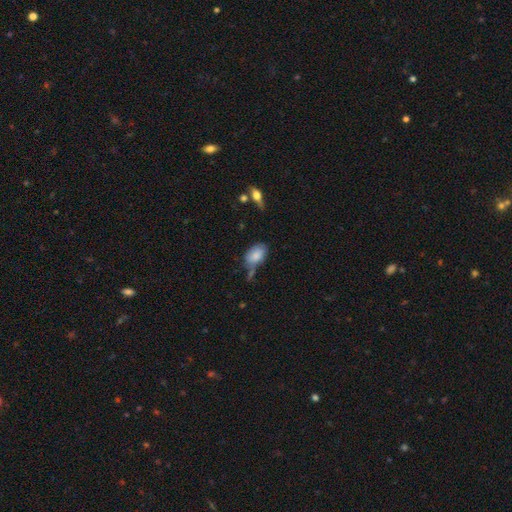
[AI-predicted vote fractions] Smooth or featured?
  - smooth: 82% *
  - featured or disk: 11%
  - star or artifact: 7%
How rounded?
  - in between: 90% *
  - round: 8%
  - cigar-shaped: 2%
Merging?
  - none: 47% *
  - minor disturbance: 29%
  - merger: 13%
  - major disturbance: 10%